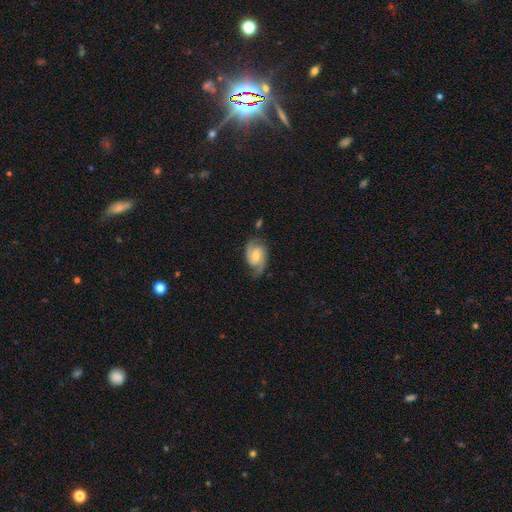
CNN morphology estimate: A featured or disk galaxy (79%) with a weak bar (53%), 2 (87%) medium (51%) spiral arms (96%) and a moderate central bulge (53%).

Vote fractions:
- Smooth or featured? featured or disk: 79% / smooth: 15% / star or artifact: 6%
- Edge-on disk? no: 97% / yes: 3%
- Bar? weak: 53% / no: 35% / strong: 12%
- Spiral arms? yes: 96% / no: 4%
- Spiral winding? medium: 51% / tight: 27% / loose: 22%
- Spiral arm count? 2: 87% / can't tell: 5% / 1: 3% / 3: 2% / 4: 1% / more than 4: 1%
- Bulge size? moderate: 53% / small: 35% / large: 6% / none: 5% / dominant: 1%
- Merging? none: 68% / minor disturbance: 22% / major disturbance: 8% / merger: 3%